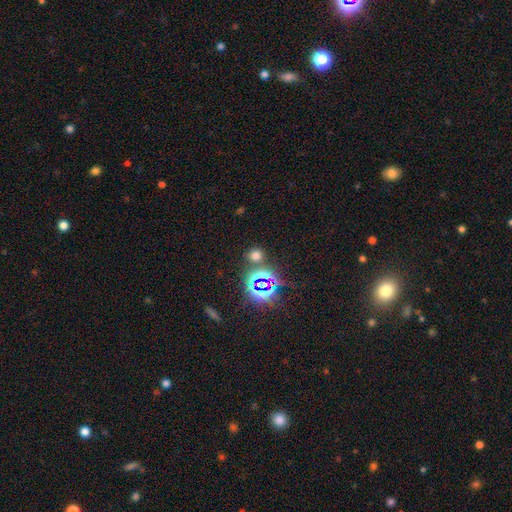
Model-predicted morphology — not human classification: This is possibly a smooth galaxy (56%). How rounded: clearly round (82%). Merging: likely none (80%).